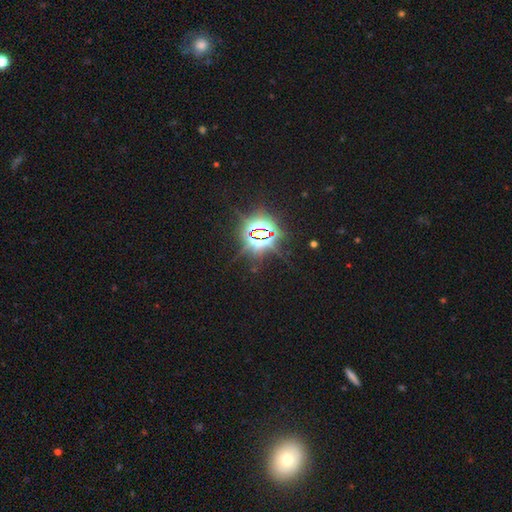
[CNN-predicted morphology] This is clearly a star or artifact rather than a galaxy (83%).